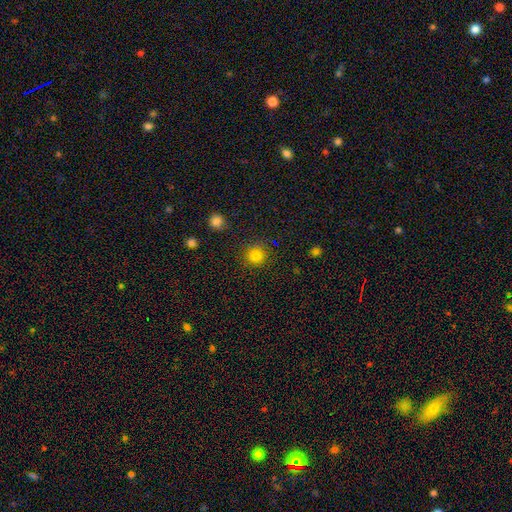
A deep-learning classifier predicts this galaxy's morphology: Overall: smooth (81%). How rounded: round (94%). Merging: none (89%).